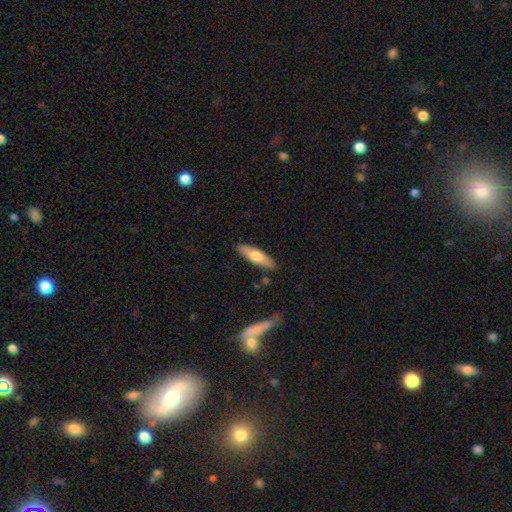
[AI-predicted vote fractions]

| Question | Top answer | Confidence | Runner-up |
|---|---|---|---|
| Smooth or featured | smooth | 63% | featured or disk (32%) |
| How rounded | cigar-shaped | 62% | in between (36%) |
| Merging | none | 86% | minor disturbance (10%) |